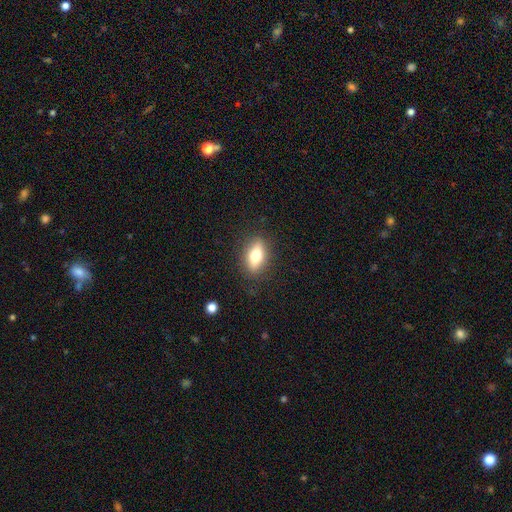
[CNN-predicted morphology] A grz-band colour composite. It shows a smooth galaxy with no disk features (67%) that is in between round and cigar-shaped (78%). Merging: none (86%).